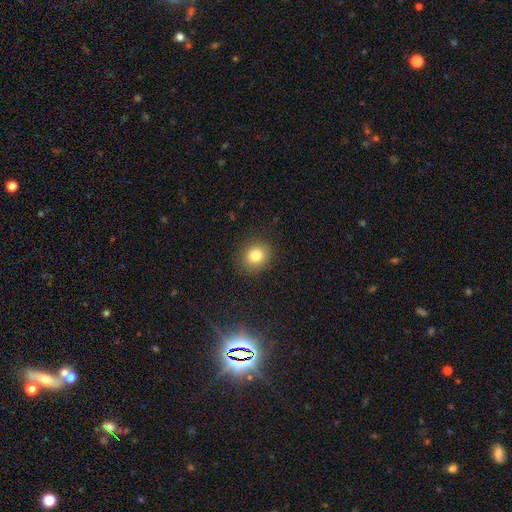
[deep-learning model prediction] This appears to be a smooth galaxy with no disk features (81%) that is round (71%). Merging: none (88%).